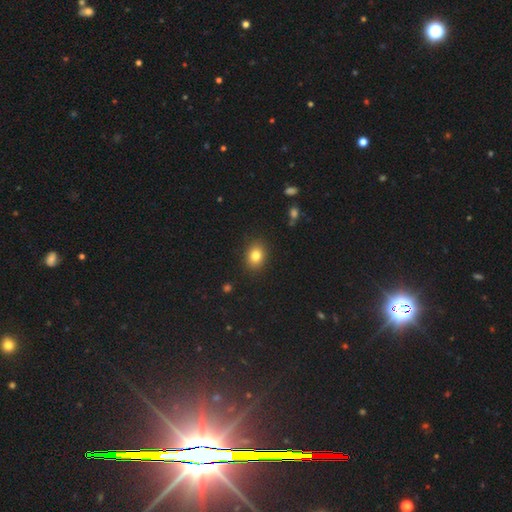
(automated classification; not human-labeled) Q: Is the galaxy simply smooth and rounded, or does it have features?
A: smooth — 82%.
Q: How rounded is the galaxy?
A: in between — 58%.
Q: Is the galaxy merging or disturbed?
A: none — 88%.